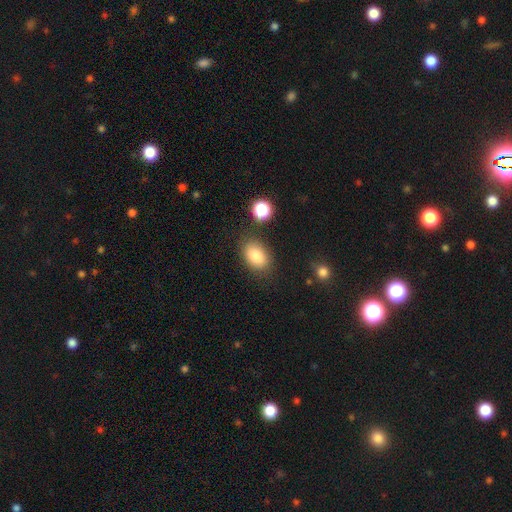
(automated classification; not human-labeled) Q: Smooth or featured?
A: smooth (83%); runner-up: star or artifact (9%)
Q: How rounded?
A: in between (83%); runner-up: round (15%)
Q: Merging?
A: none (80%); runner-up: minor disturbance (13%)